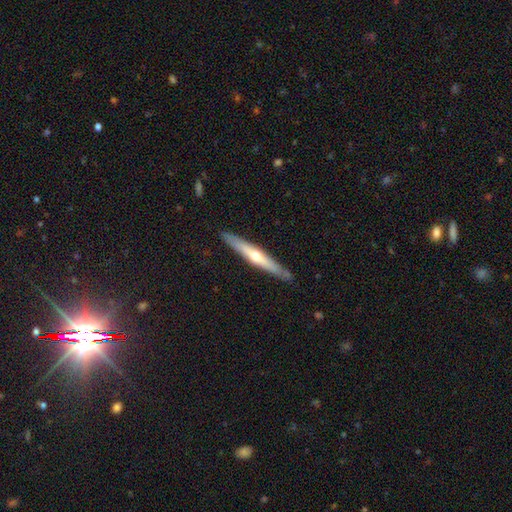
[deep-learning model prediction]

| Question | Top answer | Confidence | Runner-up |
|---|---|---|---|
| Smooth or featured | featured or disk | 63% | smooth (32%) |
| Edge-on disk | yes | 95% | no (5%) |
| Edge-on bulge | rounded | 82% | none (15%) |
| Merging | none | 88% | minor disturbance (9%) |